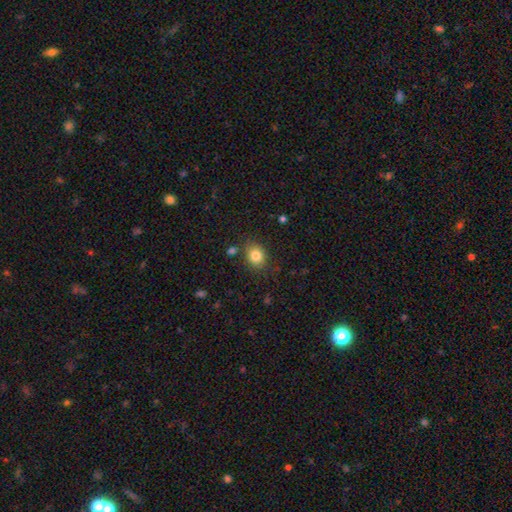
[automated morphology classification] Overall: smooth (83%). How rounded: round (57%; in between 43%). Merging: none (79%).